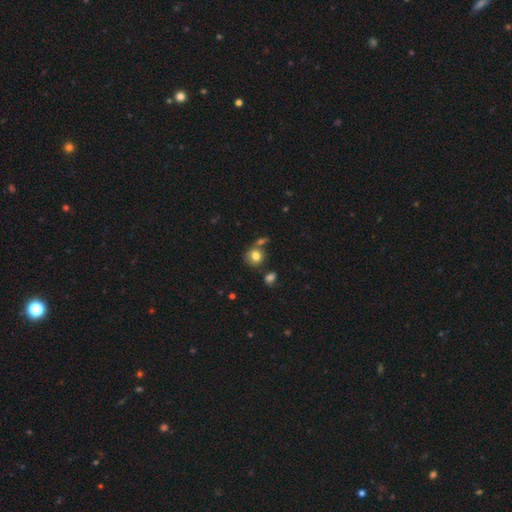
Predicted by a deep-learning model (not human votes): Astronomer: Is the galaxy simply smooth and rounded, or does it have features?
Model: smooth — 80%.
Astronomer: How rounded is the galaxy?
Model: round — 80%.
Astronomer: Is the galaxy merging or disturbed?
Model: none — 64%.